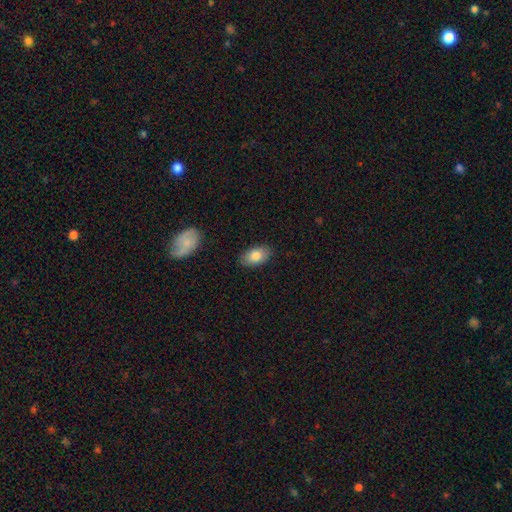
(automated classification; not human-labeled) Smooth or featured?
  - smooth: 82% *
  - featured or disk: 12%
  - star or artifact: 7%
How rounded?
  - in between: 91% *
  - round: 7%
  - cigar-shaped: 2%
Merging?
  - none: 86% *
  - minor disturbance: 11%
  - major disturbance: 2%
  - merger: 1%